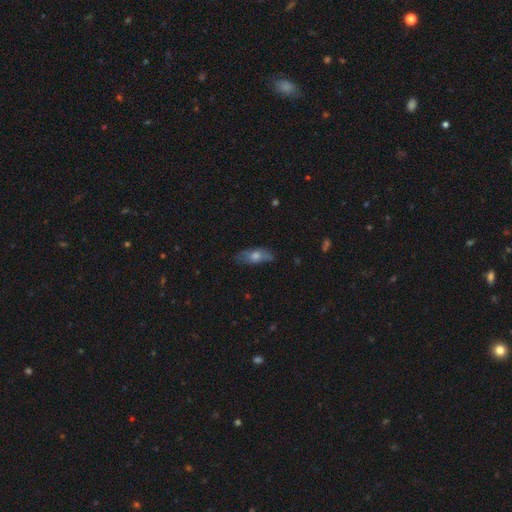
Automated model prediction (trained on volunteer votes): smooth 52%, featured or disk 39%, star or artifact 9%. Down the decision tree: how rounded — in between (65%); merging — none (73%).